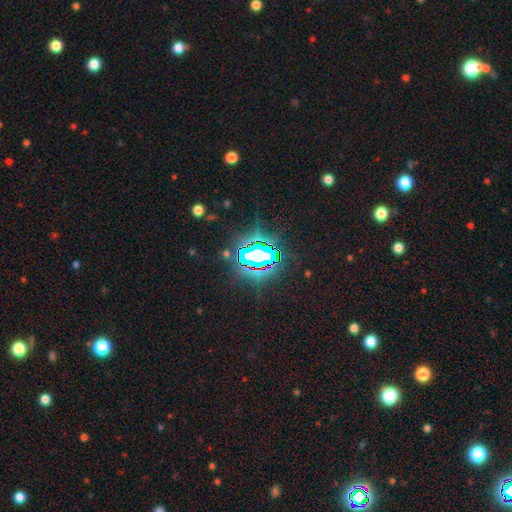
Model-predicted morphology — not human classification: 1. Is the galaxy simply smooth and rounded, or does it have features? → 76% star or artifact, 13% smooth, 11% featured or disk.